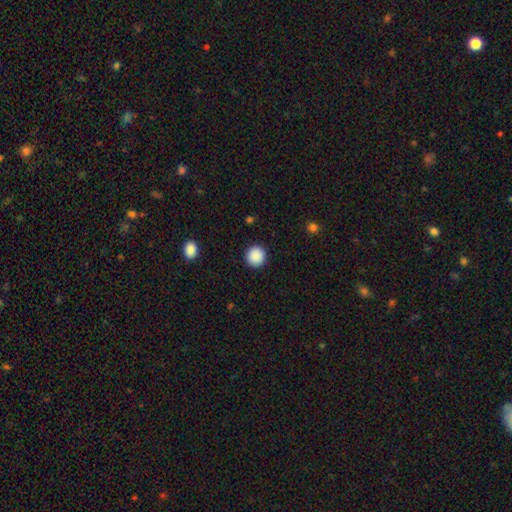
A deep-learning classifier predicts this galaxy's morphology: This appears to be a smooth galaxy with no disk features (90%) that is round (94%). Merging: none (92%).